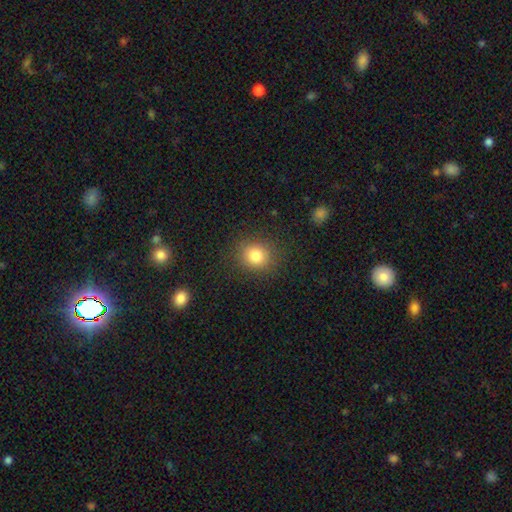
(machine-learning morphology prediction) Smooth or featured?
  - smooth: 82% *
  - star or artifact: 12%
  - featured or disk: 7%
How rounded?
  - round: 79% *
  - in between: 20%
  - cigar-shaped: 1%
Merging?
  - none: 87% *
  - minor disturbance: 8%
  - major disturbance: 3%
  - merger: 1%